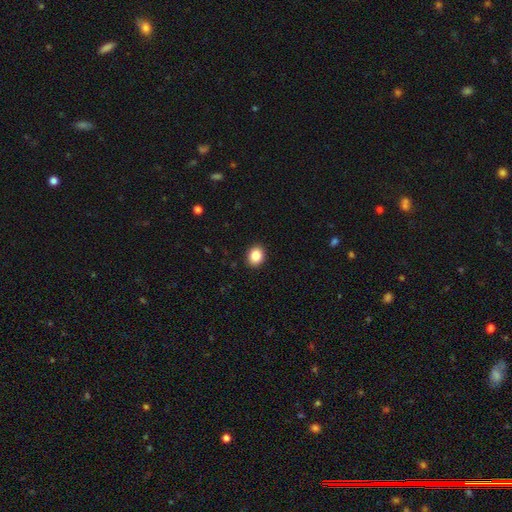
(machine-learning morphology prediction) Smooth or featured? Predicted: smooth (p=0.86). How rounded? Predicted: round (p=0.55). Merging? Predicted: none (p=0.91).